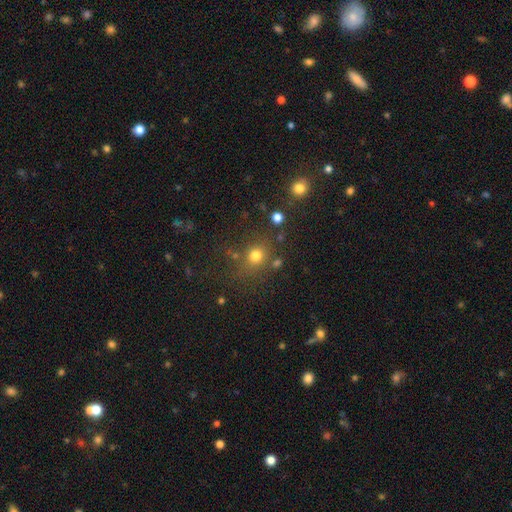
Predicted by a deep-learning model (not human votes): Q: Smooth or featured?
A: smooth (75%); runner-up: star or artifact (18%)
Q: How rounded?
A: round (80%); runner-up: in between (19%)
Q: Merging?
A: none (73%); runner-up: minor disturbance (12%)